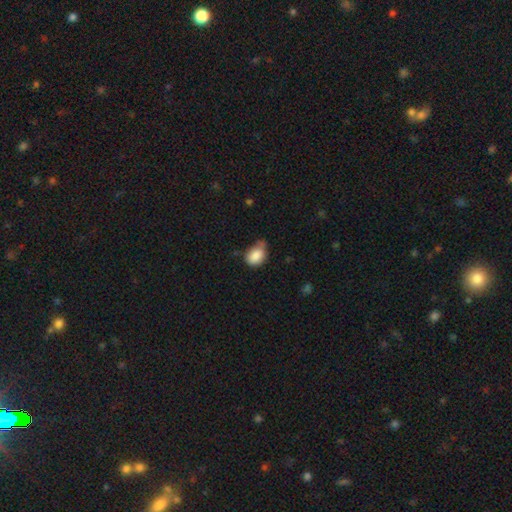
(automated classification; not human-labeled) A smooth galaxy with no disk features (85%) that is in between round and cigar-shaped (71%).

Vote fractions:
- Smooth or featured? smooth: 85% / star or artifact: 8% / featured or disk: 7%
- How rounded? in between: 71% / round: 27% / cigar-shaped: 1%
- Merging? minor disturbance: 43% / none: 40% / major disturbance: 11% / merger: 7%